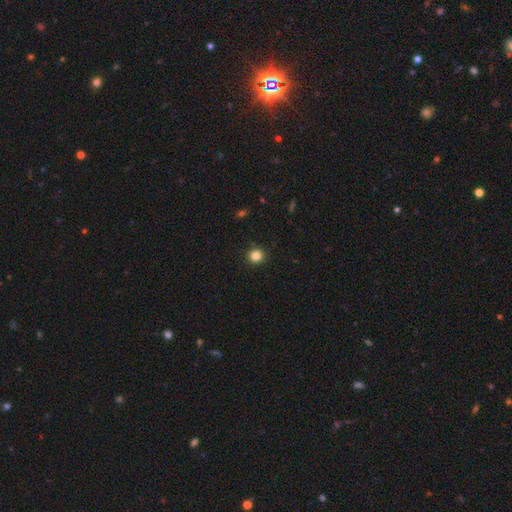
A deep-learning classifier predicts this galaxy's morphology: This appears to be a smooth galaxy with no disk features (84%) that is round (94%). Merging: none (91%).